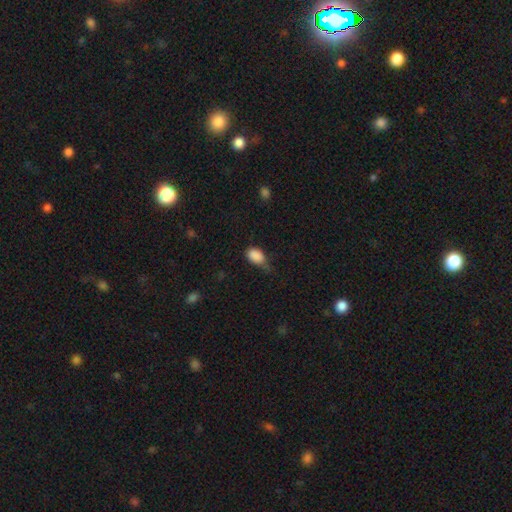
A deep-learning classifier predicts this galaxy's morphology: Smooth or featured? smooth (87%)
How rounded? in between (82%)
Merging? minor disturbance (43%)